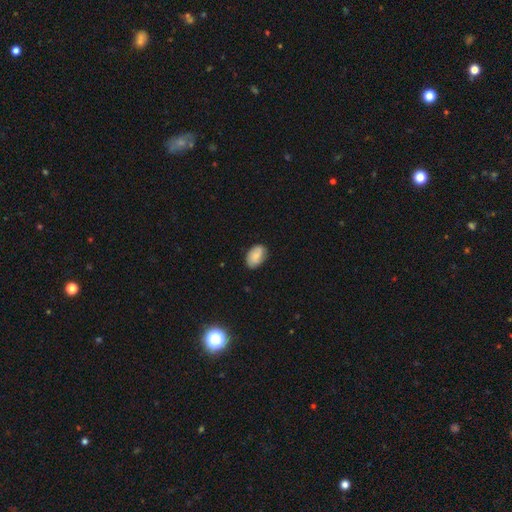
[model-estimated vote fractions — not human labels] smooth-or-featured: smooth: 73% | featured or disk: 19% | star or artifact: 8%
  how-rounded: in between: 88% | round: 11% | cigar-shaped: 1%
  merging: none: 80% | minor disturbance: 16% | major disturbance: 3% | merger: 1%